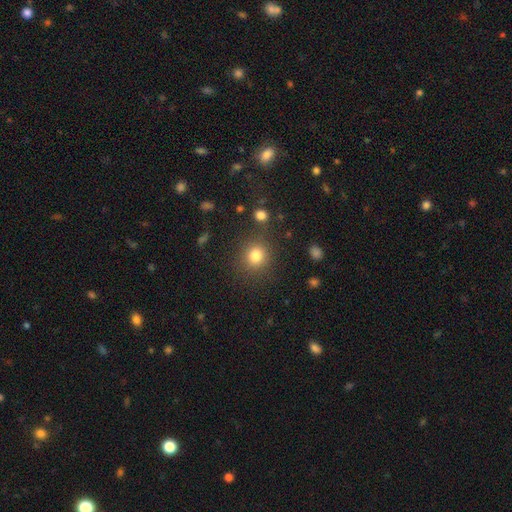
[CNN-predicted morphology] Smooth or featured? smooth (81%)
How rounded? round (85%)
Merging? none (84%)